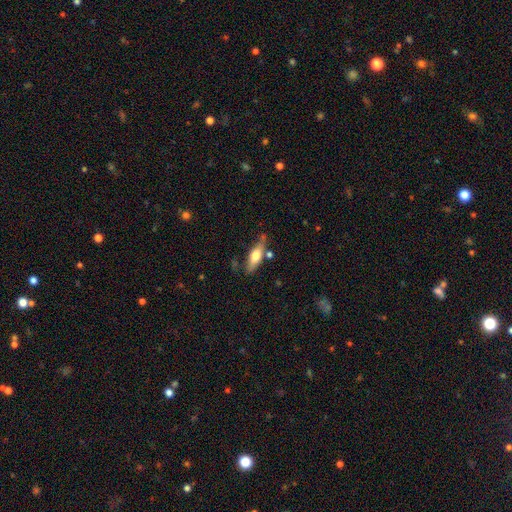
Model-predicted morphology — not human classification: Smooth or featured?
  - smooth: 55% *
  - featured or disk: 39%
  - star or artifact: 6%
How rounded?
  - cigar-shaped: 49% *
  - in between: 48%
  - round: 3%
Merging?
  - none: 66% *
  - minor disturbance: 20%
  - merger: 8%
  - major disturbance: 5%